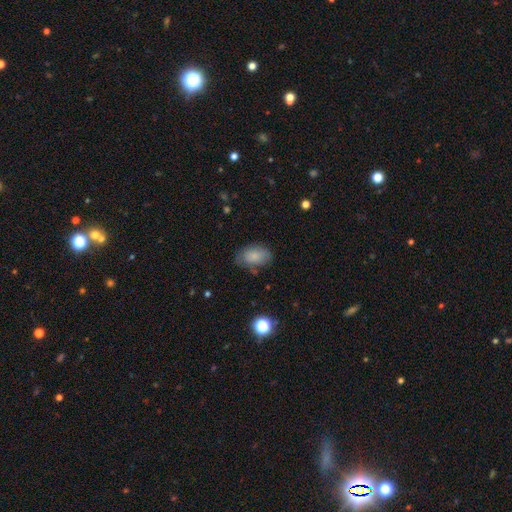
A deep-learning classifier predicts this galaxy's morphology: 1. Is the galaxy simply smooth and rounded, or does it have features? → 82% smooth, 10% featured or disk, 8% star or artifact.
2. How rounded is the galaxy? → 90% in between, 9% round, 2% cigar-shaped.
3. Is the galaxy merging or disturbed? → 67% none, 24% minor disturbance, 7% major disturbance, 2% merger.